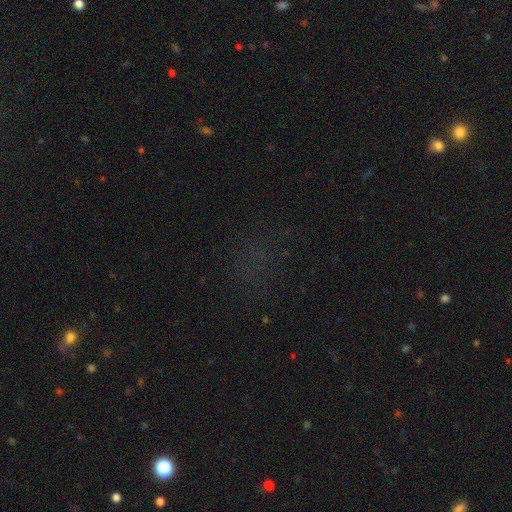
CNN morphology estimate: A star or artifact, not a galaxy (56%).

Vote fractions:
- Smooth or featured? star or artifact: 56% / smooth: 31% / featured or disk: 13%